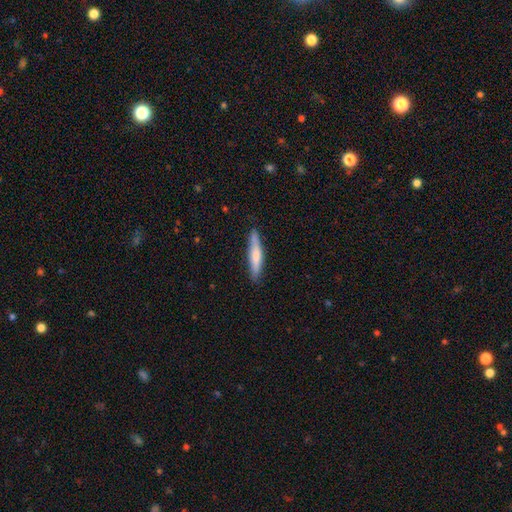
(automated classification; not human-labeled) This appears to be a smooth galaxy with no disk features (64%) that is cigar-shaped (88%). Merging: none (87%).